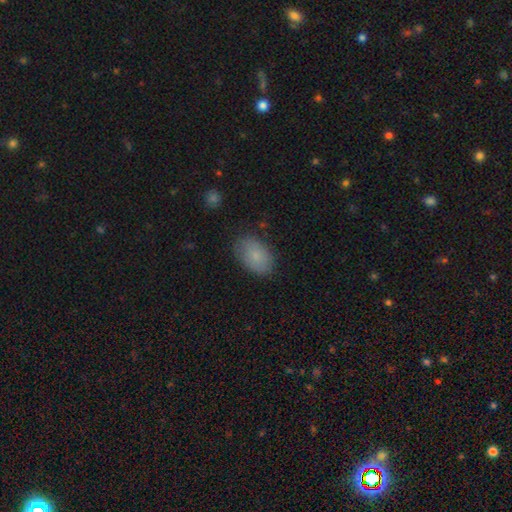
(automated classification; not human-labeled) This is clearly a smooth galaxy (82%). How rounded: clearly in between (90%). Merging: likely none (80%).